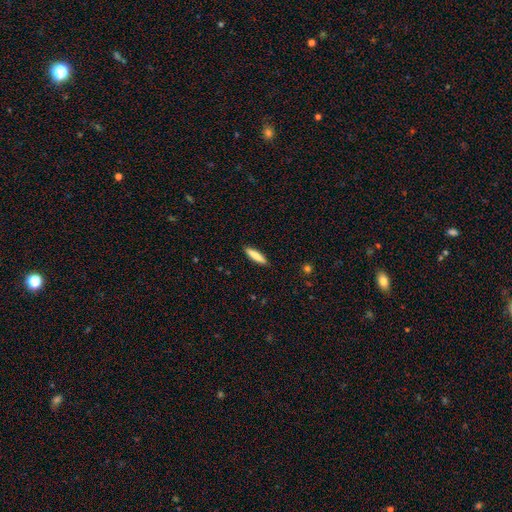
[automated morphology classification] Q: Smooth or featured?
A: smooth (83%); runner-up: featured or disk (11%)
Q: How rounded?
A: cigar-shaped (78%); runner-up: in between (21%)
Q: Merging?
A: none (90%); runner-up: minor disturbance (7%)